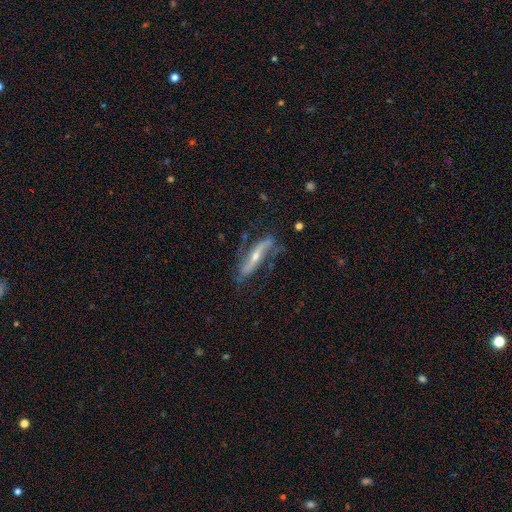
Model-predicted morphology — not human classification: Smooth or featured? featured or disk (81%)
Edge-on disk? no (62%)
Bar? strong (51%)
Spiral arms? yes (89%)
Bulge size? small (54%)
Merging? none (65%)